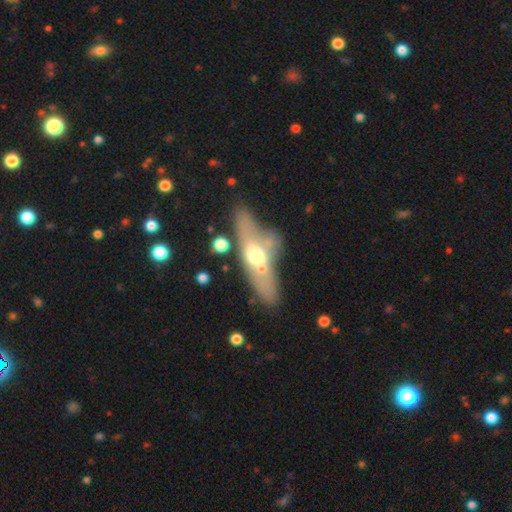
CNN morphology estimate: type=featured or disk (51%); edge-on=yes (53%); merging=none (46%).